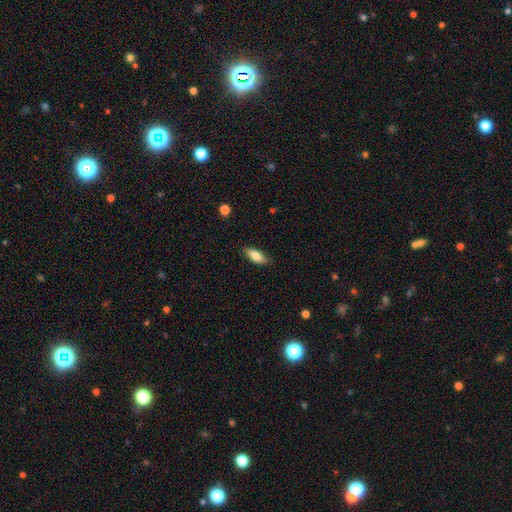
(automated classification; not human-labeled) This is likely a smooth galaxy (79%). How rounded: likely in between (79%). Merging: clearly none (84%).